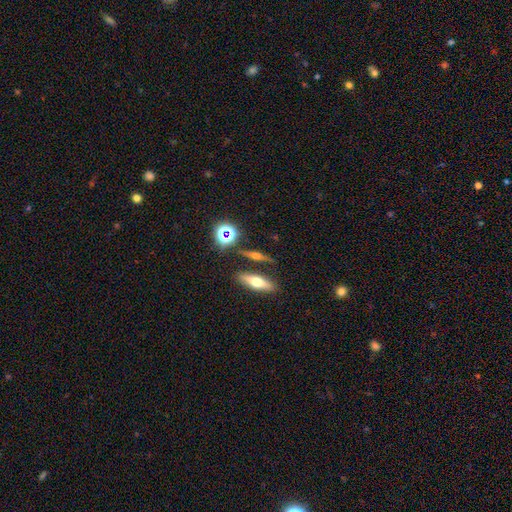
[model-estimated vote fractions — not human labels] Smooth or featured?
  - smooth: 41% *
  - featured or disk: 40%
  - star or artifact: 18%
Merging?
  - none: 81% *
  - minor disturbance: 9%
  - merger: 7%
  - major disturbance: 3%